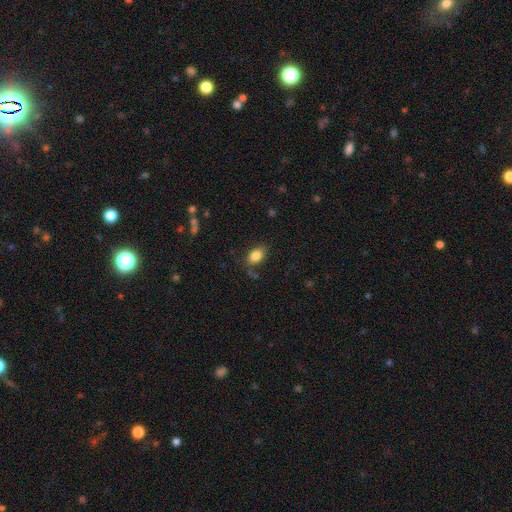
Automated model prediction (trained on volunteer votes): Q: Smooth or featured?
A: smooth (84%); runner-up: star or artifact (9%)
Q: How rounded?
A: in between (83%); runner-up: round (16%)
Q: Merging?
A: none (79%); runner-up: minor disturbance (15%)